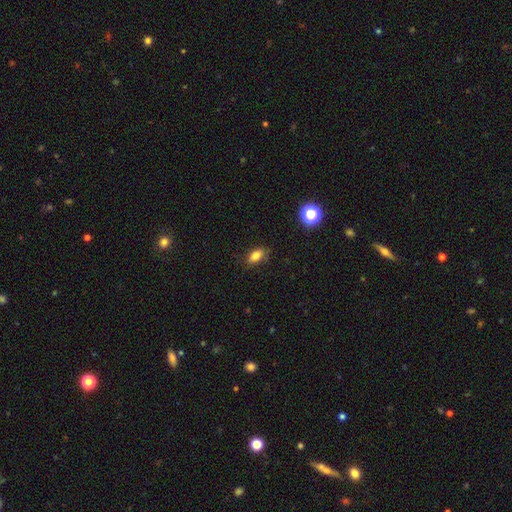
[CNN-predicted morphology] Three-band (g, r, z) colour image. It shows a smooth galaxy with no disk features (82%) that is in between round and cigar-shaped (86%). Merging: none (81%).